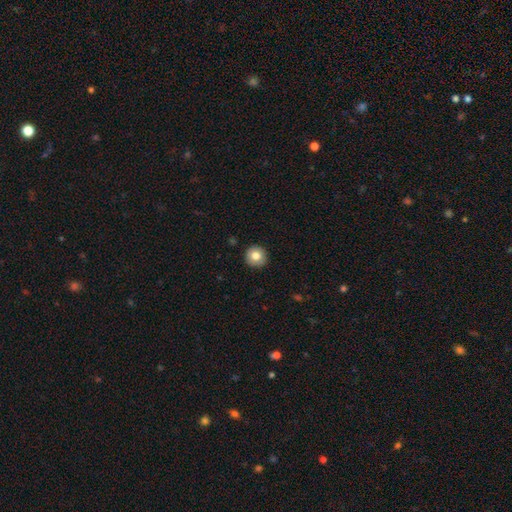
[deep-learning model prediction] This appears to be a smooth galaxy with no disk features (80%) that is round (94%). Merging: none (91%).